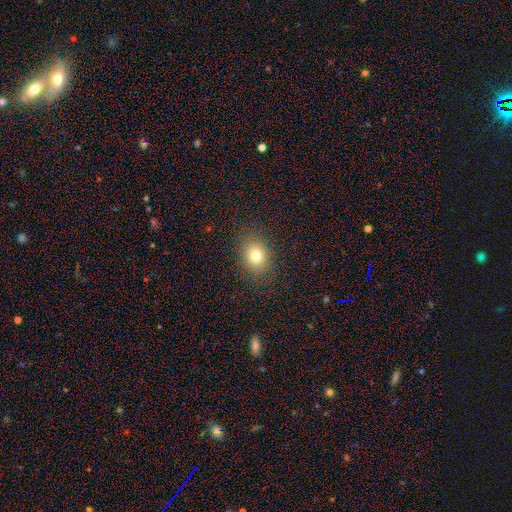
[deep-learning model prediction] Smooth or featured: smooth — 77% (star or artifact — 14%)
How rounded: round — 53% (in between — 46%)
Merging: none — 85% (minor disturbance — 10%)